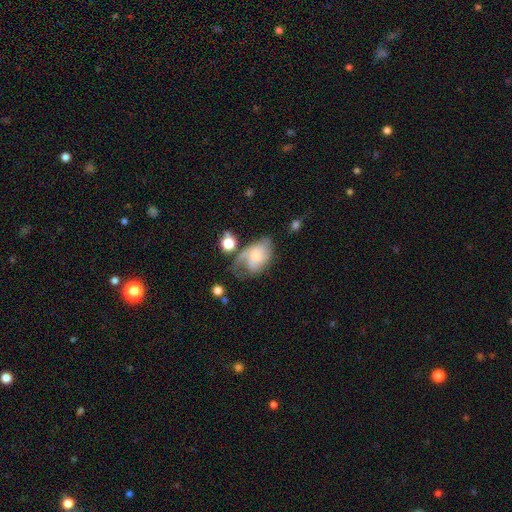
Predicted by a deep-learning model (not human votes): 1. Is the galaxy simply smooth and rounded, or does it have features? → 54% featured or disk, 38% smooth, 8% star or artifact.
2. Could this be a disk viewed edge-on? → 95% no, 5% yes.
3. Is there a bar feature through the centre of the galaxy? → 72% no, 24% weak, 4% strong.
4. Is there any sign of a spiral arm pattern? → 79% yes, 21% no.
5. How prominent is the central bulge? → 45% small, 43% moderate, 6% large, 5% none, 2% dominant.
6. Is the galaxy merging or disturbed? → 36% none, 28% minor disturbance, 27% major disturbance, 9% merger.